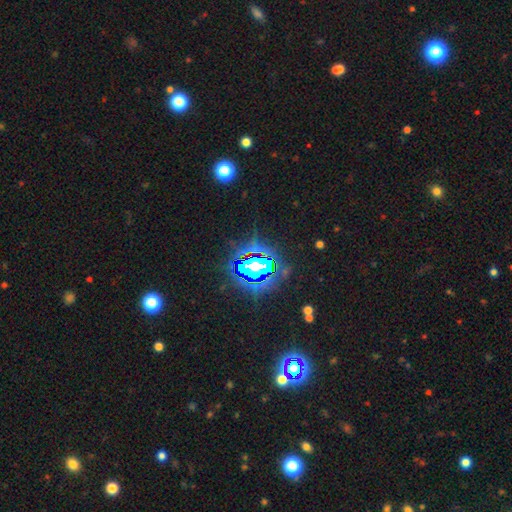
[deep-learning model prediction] Morphology: type=star or artifact (83%).